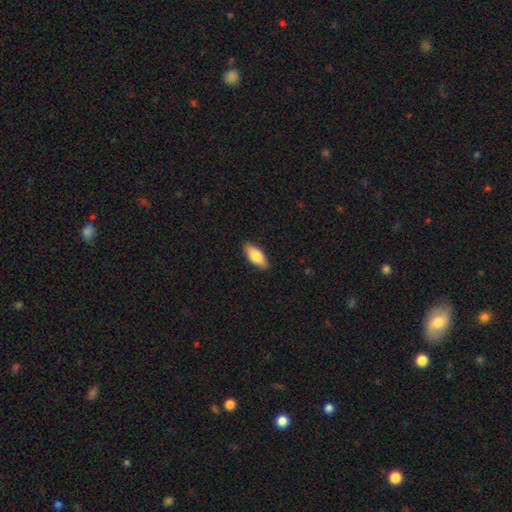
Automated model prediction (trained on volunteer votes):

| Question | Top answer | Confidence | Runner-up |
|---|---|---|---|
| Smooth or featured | smooth | 79% | featured or disk (15%) |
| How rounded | in between | 81% | cigar-shaped (17%) |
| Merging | none | 89% | minor disturbance (9%) |